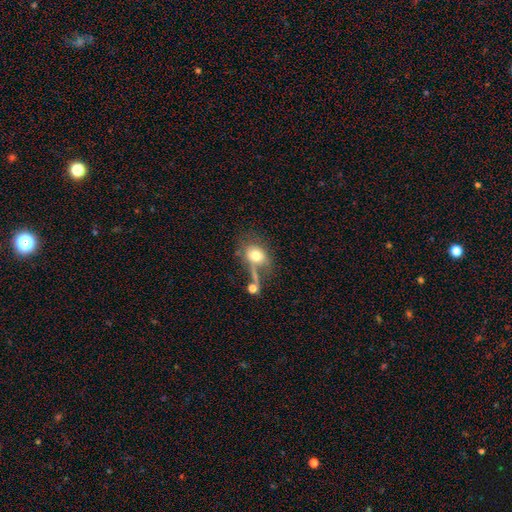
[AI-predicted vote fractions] Smooth or featured: smooth — 69% (featured or disk — 21%)
How rounded: in between — 55% (round — 43%)
Merging: merger — 30% (none — 28%)